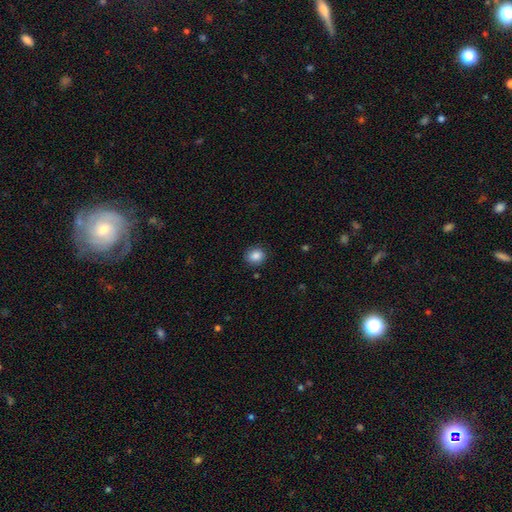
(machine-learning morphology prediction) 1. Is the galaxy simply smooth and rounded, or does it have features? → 86% smooth, 9% star or artifact, 5% featured or disk.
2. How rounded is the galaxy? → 75% round, 24% in between, 1% cigar-shaped.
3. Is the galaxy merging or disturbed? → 86% none, 10% minor disturbance, 2% major disturbance, 1% merger.